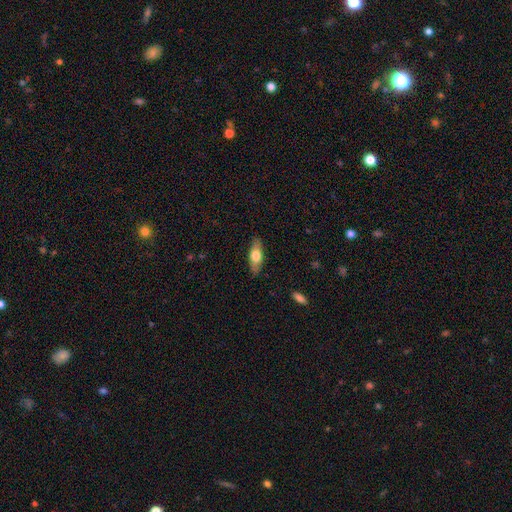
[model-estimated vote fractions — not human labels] This appears to be a smooth galaxy with no disk features (60%) that is in between round and cigar-shaped (63%). Merging: none (86%).